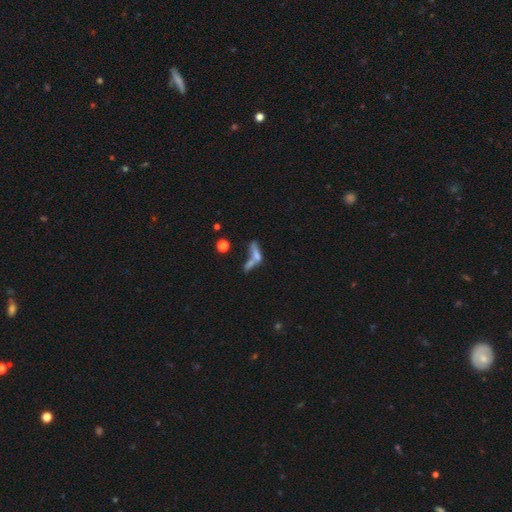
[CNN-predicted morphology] This is possibly a smooth galaxy (50%). How rounded: possibly cigar-shaped (54%). Merging: possibly merger (52%).